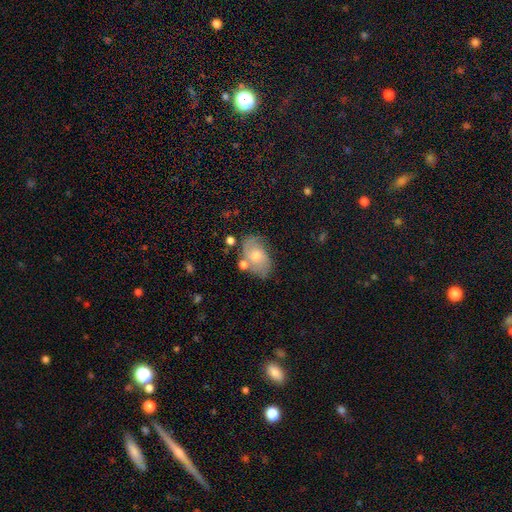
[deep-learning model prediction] Smooth or featured?
  - smooth: 48% *
  - featured or disk: 45%
  - star or artifact: 8%
Merging?
  - none: 58% *
  - minor disturbance: 22%
  - merger: 13%
  - major disturbance: 7%